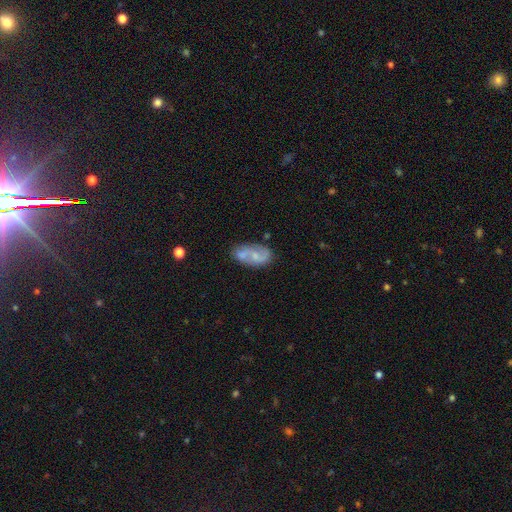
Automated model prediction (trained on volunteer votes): A featured or disk galaxy (59%) with no bar (55%), spiral arms (79%) and a small central bulge (47%). Merging: none (53%).